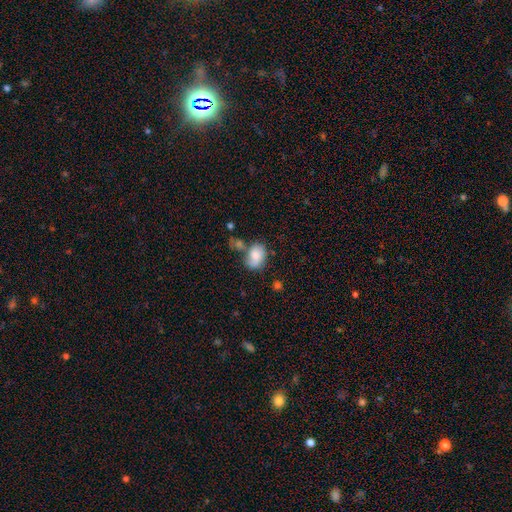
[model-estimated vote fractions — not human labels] Morphology: type=smooth (67%); roundness=in between (75%); merging=none (37%).